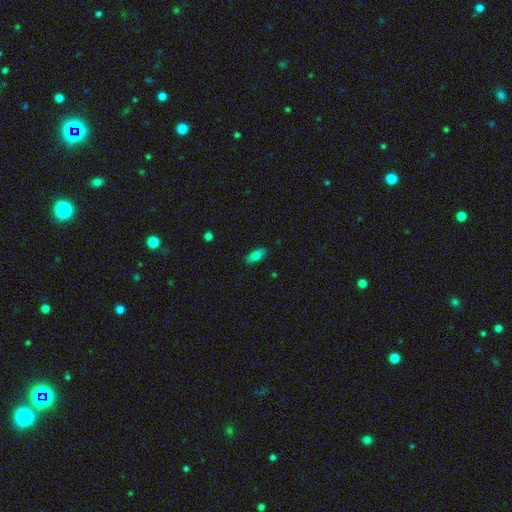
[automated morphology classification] The model was most divided on "smooth or featured": smooth: 77%, featured or disk: 14%, star or artifact: 8%. More confident: merging — none (86%); how rounded — in between (83%).